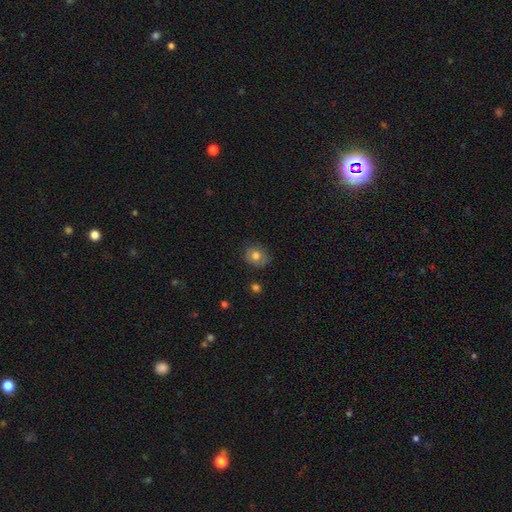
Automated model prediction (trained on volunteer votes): Q: Smooth or featured?
A: smooth (77%); runner-up: featured or disk (13%)
Q: How rounded?
A: round (67%); runner-up: in between (32%)
Q: Merging?
A: none (78%); runner-up: minor disturbance (17%)